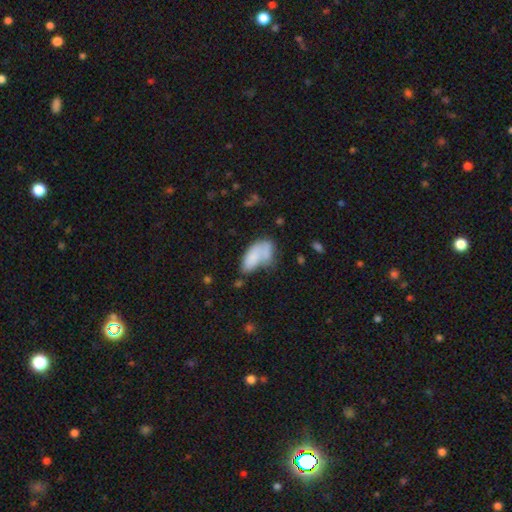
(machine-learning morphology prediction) Q: Smooth or featured?
A: smooth (75%); runner-up: featured or disk (17%)
Q: How rounded?
A: in between (87%); runner-up: cigar-shaped (9%)
Q: Merging?
A: merger (33%); runner-up: none (28%)